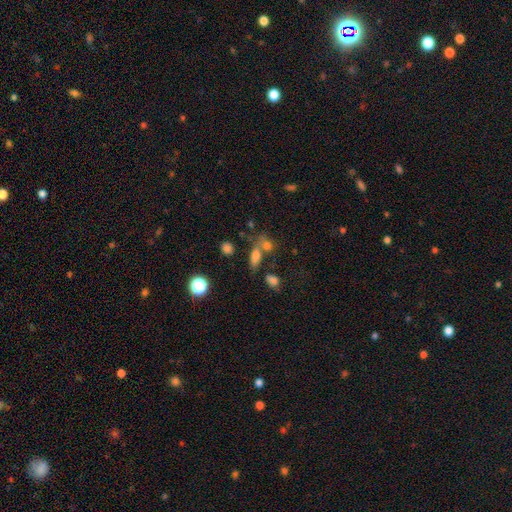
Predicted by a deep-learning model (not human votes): A smooth galaxy with no disk features (71%) that is in between round and cigar-shaped (68%). Merging: none (52%).